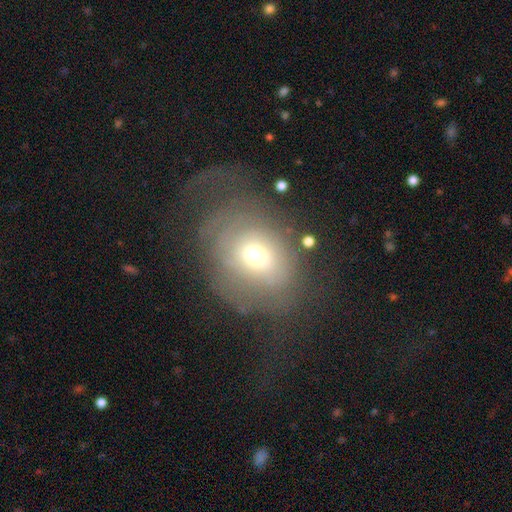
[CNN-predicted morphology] Overall: smooth (47%; featured or disk 42%). Merging: none (40%; major disturbance 38%).